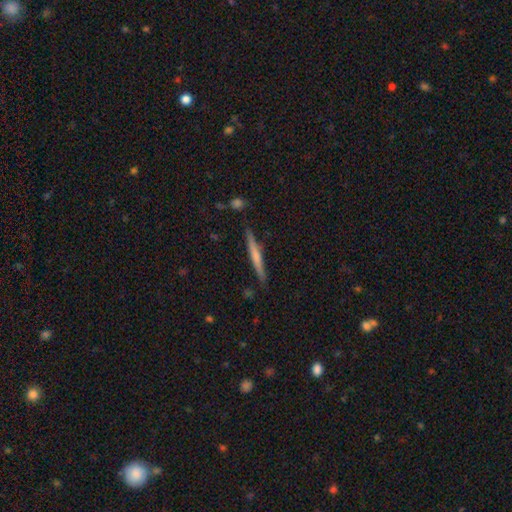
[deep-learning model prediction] A smooth galaxy with no disk features (48%).

Vote fractions:
- Smooth or featured? smooth: 48% / featured or disk: 47% / star or artifact: 6%
- Merging? none: 88% / minor disturbance: 9% / major disturbance: 2% / merger: 2%